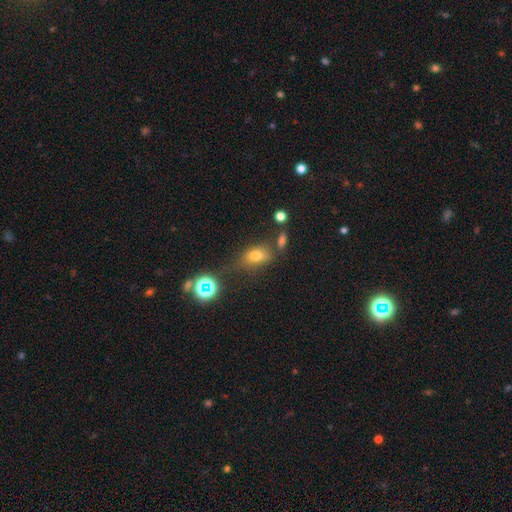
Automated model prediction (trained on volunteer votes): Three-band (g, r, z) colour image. It shows a smooth galaxy with no disk features (66%) that is in between round and cigar-shaped (76%). Merging: none (62%).